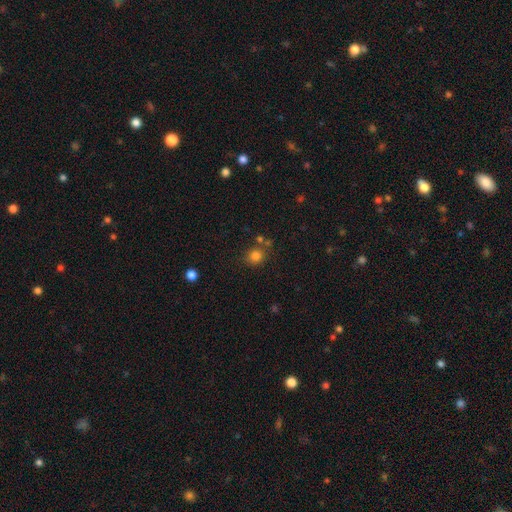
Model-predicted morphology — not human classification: Q: Smooth or featured?
A: smooth (81%); runner-up: star or artifact (13%)
Q: How rounded?
A: round (82%); runner-up: in between (17%)
Q: Merging?
A: none (74%); runner-up: merger (12%)